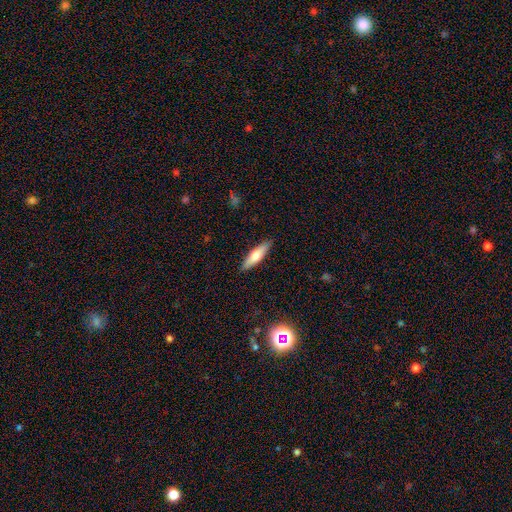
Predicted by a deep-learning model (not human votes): A smooth galaxy with no disk features (64%) that is cigar-shaped (64%).

Vote fractions:
- Smooth or featured? smooth: 64% / featured or disk: 30% / star or artifact: 6%
- How rounded? cigar-shaped: 64% / in between: 34% / round: 2%
- Merging? none: 89% / minor disturbance: 8% / major disturbance: 2% / merger: 1%